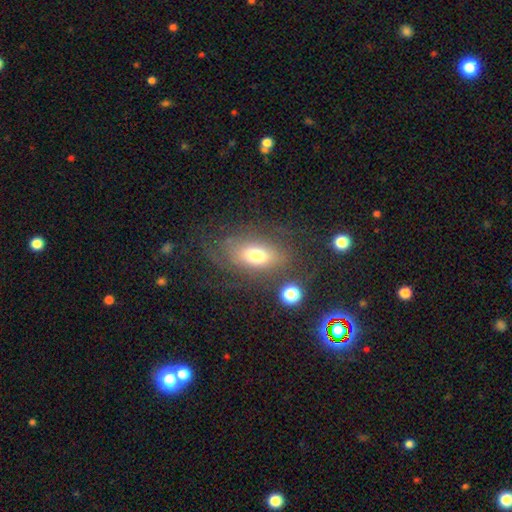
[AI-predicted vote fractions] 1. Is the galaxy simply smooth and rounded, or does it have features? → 56% smooth, 32% featured or disk, 12% star or artifact.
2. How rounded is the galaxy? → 83% in between, 10% round, 7% cigar-shaped.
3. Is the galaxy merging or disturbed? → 61% none, 18% minor disturbance, 16% major disturbance, 4% merger.